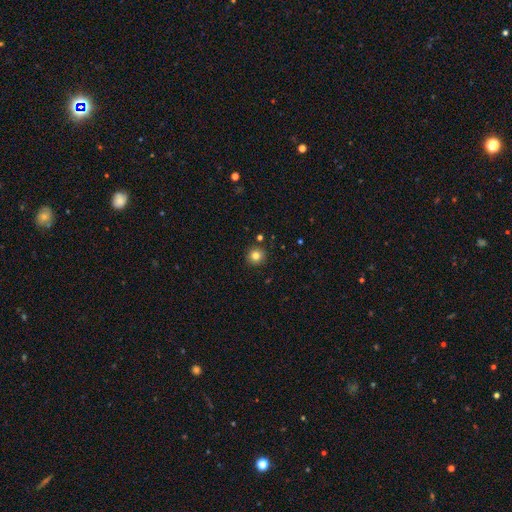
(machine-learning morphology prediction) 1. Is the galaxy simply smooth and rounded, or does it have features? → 81% smooth, 12% star or artifact, 7% featured or disk.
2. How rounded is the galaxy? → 94% round, 5% in between, 1% cigar-shaped.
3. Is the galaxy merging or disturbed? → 90% none, 6% minor disturbance, 2% merger, 2% major disturbance.